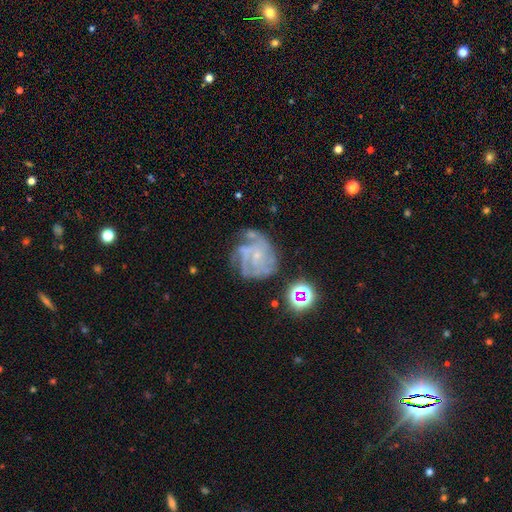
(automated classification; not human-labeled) Overall: featured or disk (76%). Edge-on disk: no (98%). Bar: no (73%). Spiral arms: yes (88%). Spiral arm count: can't tell (31%; 3 24%). Spiral winding: tight (51%; medium 37%). Bulge size: small (74%). Merging: none (51%; minor disturbance 24%).